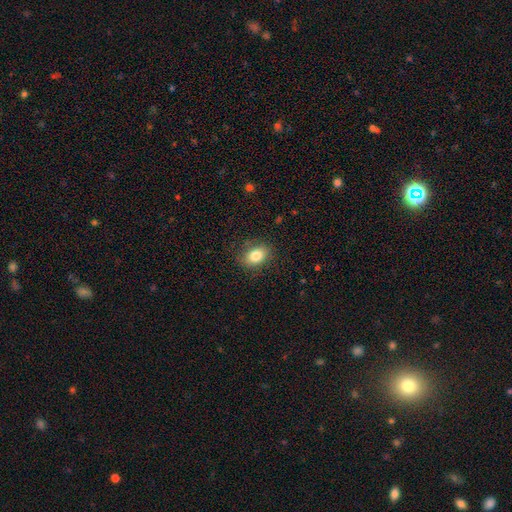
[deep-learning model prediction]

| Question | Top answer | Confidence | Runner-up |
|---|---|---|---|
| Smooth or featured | smooth | 83% | star or artifact (8%) |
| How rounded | in between | 79% | round (19%) |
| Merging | none | 82% | minor disturbance (13%) |